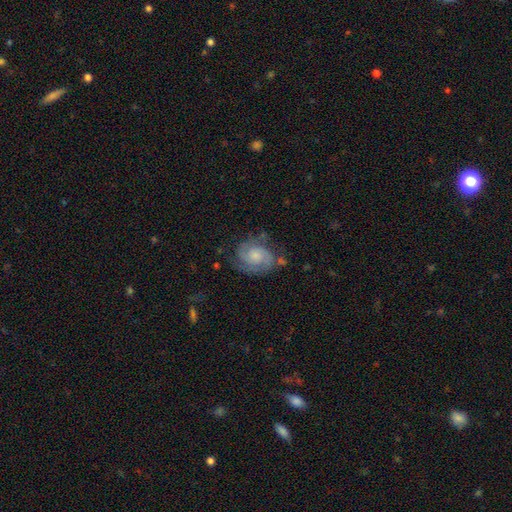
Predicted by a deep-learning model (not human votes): This is likely a featured or disk galaxy (73%). It is clearly not viewed edge-on (98%). Bar: likely no (71%). Spiral arm pattern: clearly yes (94%). Spiral arm count: likely 2 (67%). Spiral winding: possibly tight (50%). Central bulge: marginally small (41%). Merging: likely none (64%).